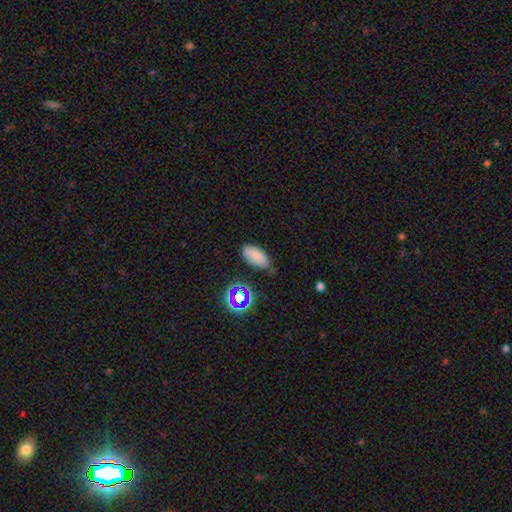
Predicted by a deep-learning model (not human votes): A smooth galaxy with no disk features (73%) that is in between round and cigar-shaped (91%). Merging: none (64%).